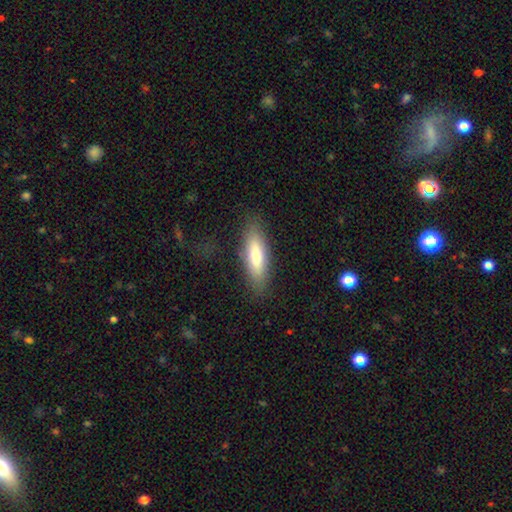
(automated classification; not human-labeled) Q: Smooth or featured?
A: smooth (72%); runner-up: featured or disk (22%)
Q: How rounded?
A: cigar-shaped (55%); runner-up: in between (43%)
Q: Merging?
A: none (83%); runner-up: minor disturbance (12%)